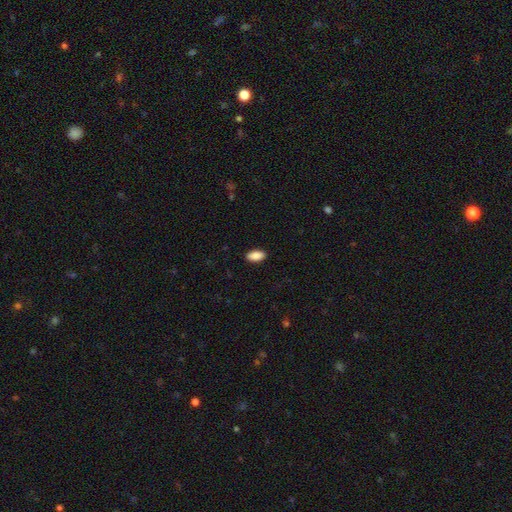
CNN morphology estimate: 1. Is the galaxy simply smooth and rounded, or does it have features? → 89% smooth, 7% star or artifact, 4% featured or disk.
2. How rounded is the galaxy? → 92% in between, 5% cigar-shaped, 3% round.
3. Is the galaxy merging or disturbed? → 90% none, 7% minor disturbance, 2% major disturbance, 1% merger.